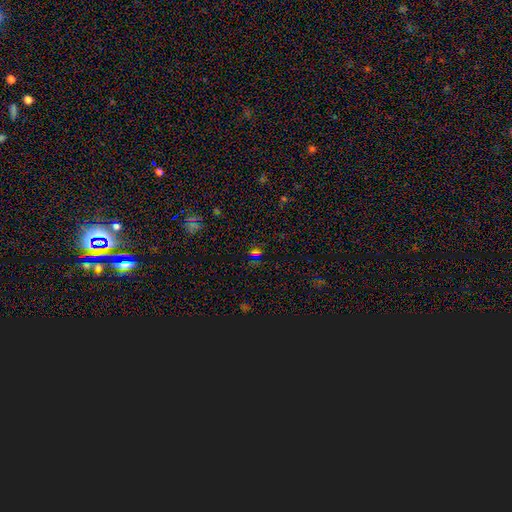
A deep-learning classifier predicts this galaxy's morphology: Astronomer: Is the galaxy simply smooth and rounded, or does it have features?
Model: star or artifact — 53% (runner-up: smooth, 38%).